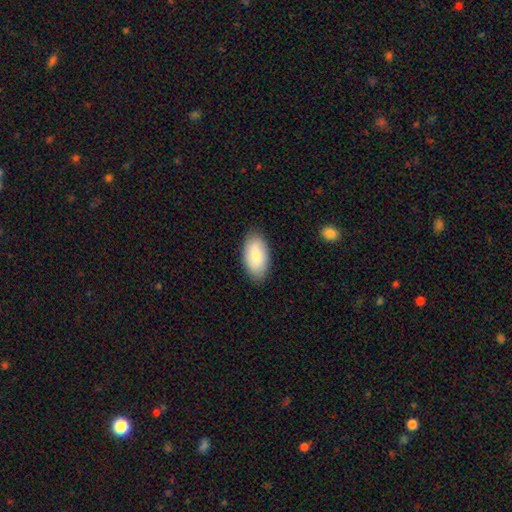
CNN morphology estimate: Overall: smooth (77%). How rounded: in between (95%). Merging: none (85%).